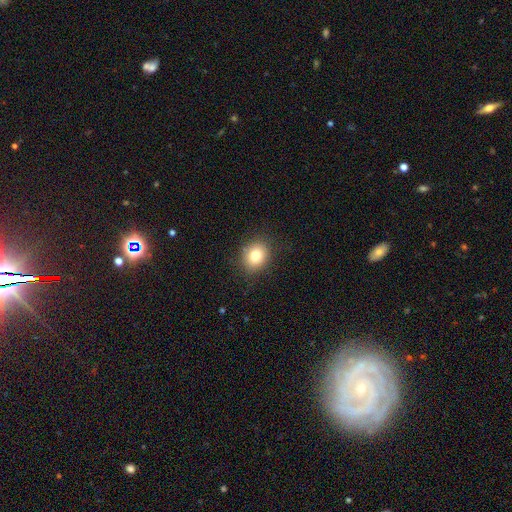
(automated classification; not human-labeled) Q: Smooth or featured?
A: smooth (79%); runner-up: star or artifact (11%)
Q: How rounded?
A: round (68%); runner-up: in between (32%)
Q: Merging?
A: none (86%); runner-up: minor disturbance (10%)